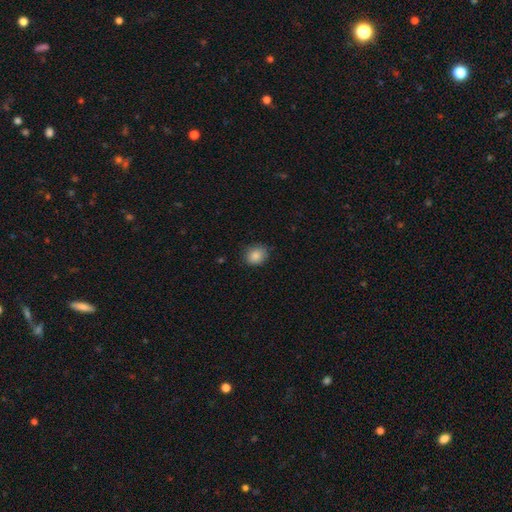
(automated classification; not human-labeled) This appears to be a smooth galaxy with no disk features (86%) that is round (66%). Merging: none (80%).